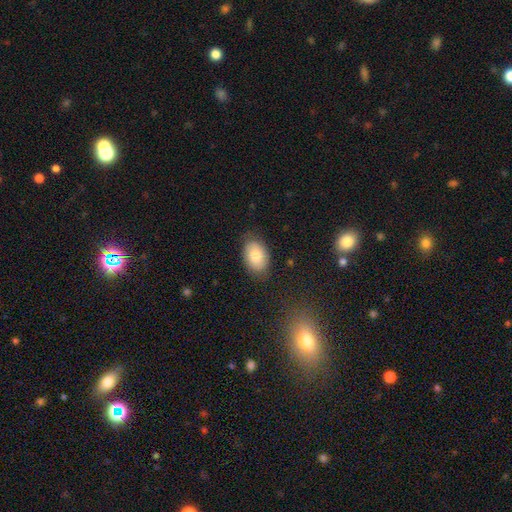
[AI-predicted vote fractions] This is clearly a smooth galaxy (81%). How rounded: clearly in between (87%). Merging: likely none (80%).